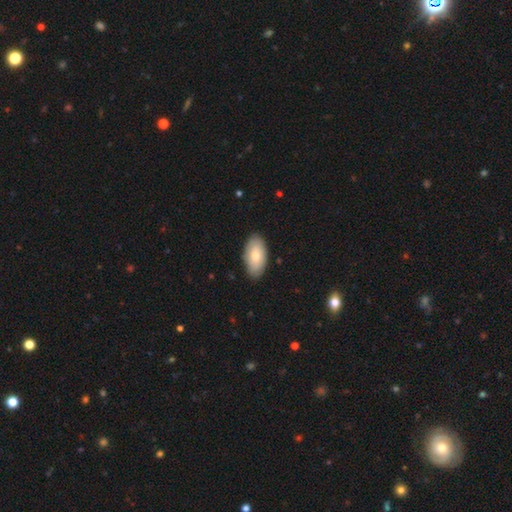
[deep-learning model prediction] The model was most divided on "smooth or featured": smooth: 76%, featured or disk: 19%, star or artifact: 5%. More confident: how rounded — in between (95%); merging — none (86%).